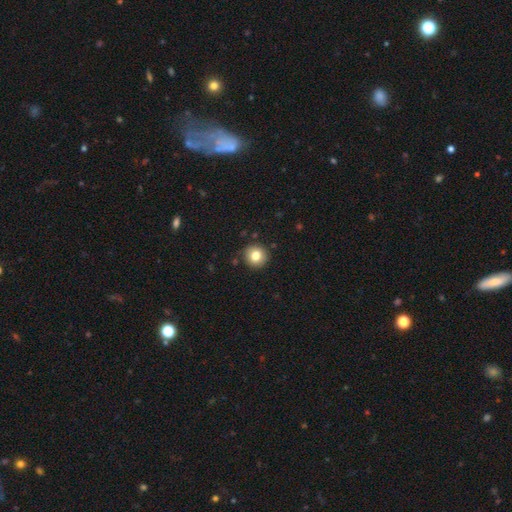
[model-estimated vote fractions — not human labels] Smooth or featured: smooth — 80% (star or artifact — 10%)
How rounded: round — 92% (in between — 7%)
Merging: none — 90% (minor disturbance — 7%)